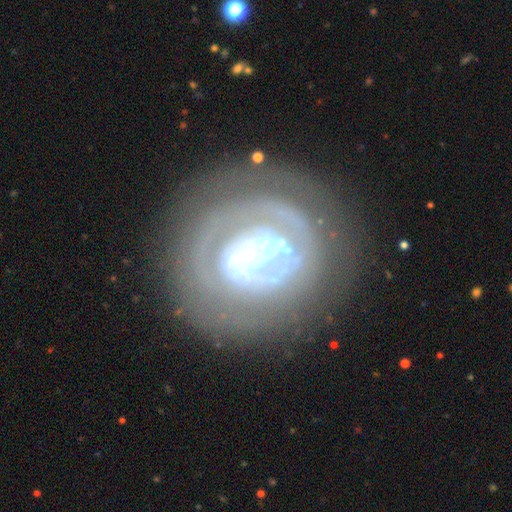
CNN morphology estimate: featured or disk 77%, smooth 15%, star or artifact 7%. Down the decision tree: edge-on disk — no (96%); bar — no (39%); spiral arms — yes (66%); bulge size — small (42%); merging — none (68%).